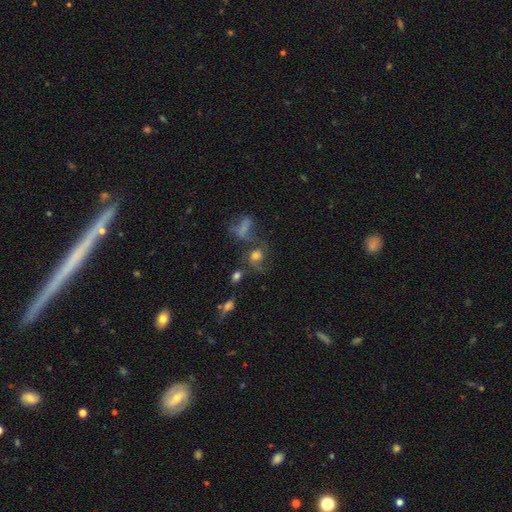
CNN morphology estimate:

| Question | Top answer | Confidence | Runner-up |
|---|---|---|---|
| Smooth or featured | smooth | 44% | featured or disk (40%) |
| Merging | none | 44% | merger (20%) |